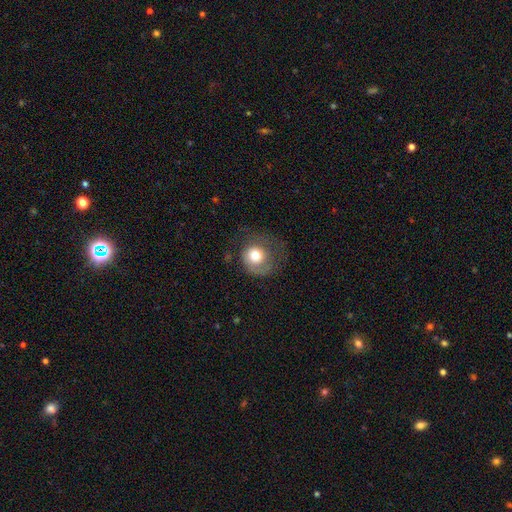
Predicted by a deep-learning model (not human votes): This appears to be a smooth galaxy with no disk features (63%) that is round (84%). Merging: none (47%).